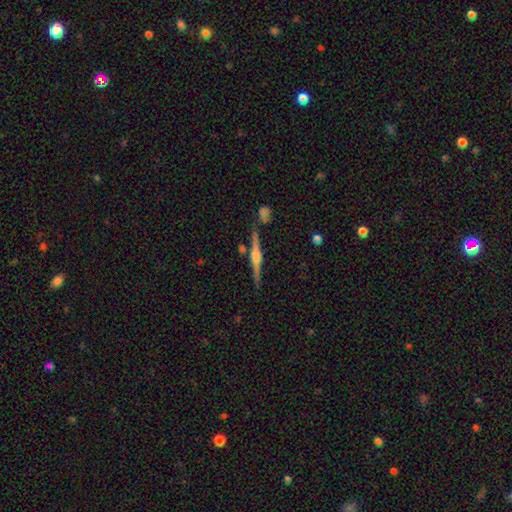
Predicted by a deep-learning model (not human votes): Smooth or featured?
  - featured or disk: 84% *
  - smooth: 9%
  - star or artifact: 6%
Edge-on disk?
  - yes: 98% *
  - no: 2%
Edge-on bulge?
  - rounded: 85% *
  - boxy: 11%
  - none: 4%
Merging?
  - none: 84% *
  - minor disturbance: 9%
  - merger: 5%
  - major disturbance: 2%